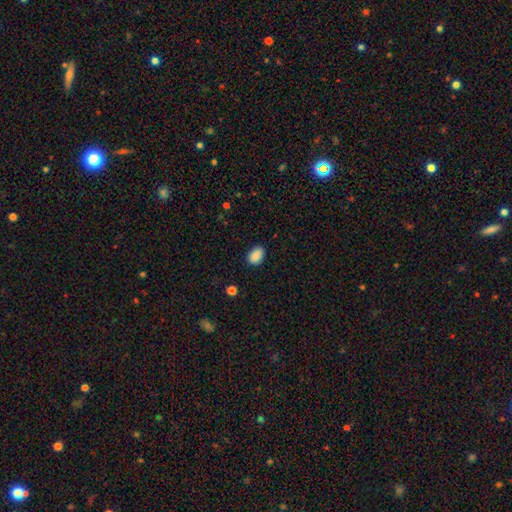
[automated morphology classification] type=smooth (88%); roundness=in between (76%); merging=none (85%).